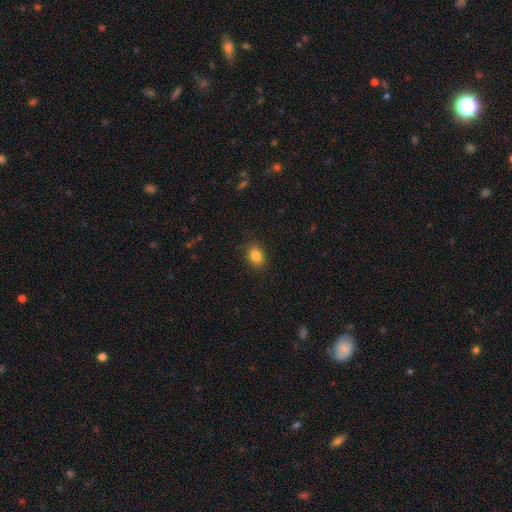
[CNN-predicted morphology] smooth-or-featured: smooth: 85% | star or artifact: 10% | featured or disk: 5%
  how-rounded: in between: 60% | round: 39% | cigar-shaped: 1%
  merging: none: 86% | minor disturbance: 10% | major disturbance: 3% | merger: 1%